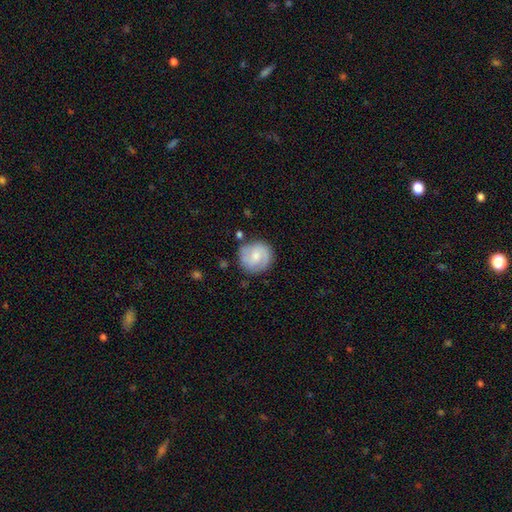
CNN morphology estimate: smooth_or_featured: featured or disk (p=0.52) [alt: smooth p=0.42]
disk_edge_on: no (p=0.98) [alt: yes p=0.02]
bar: no (p=0.52) [alt: weak p=0.41]
has_spiral_arms: yes (p=0.85) [alt: no p=0.15]
bulge_size: moderate (p=0.50) [alt: small p=0.38]
merging: none (p=0.77) [alt: minor disturbance p=0.15]